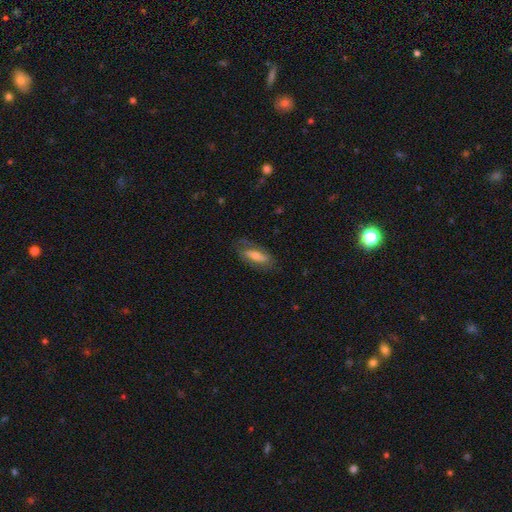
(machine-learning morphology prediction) This appears to be a smooth galaxy with no disk features (48%). Merging: none (69%).